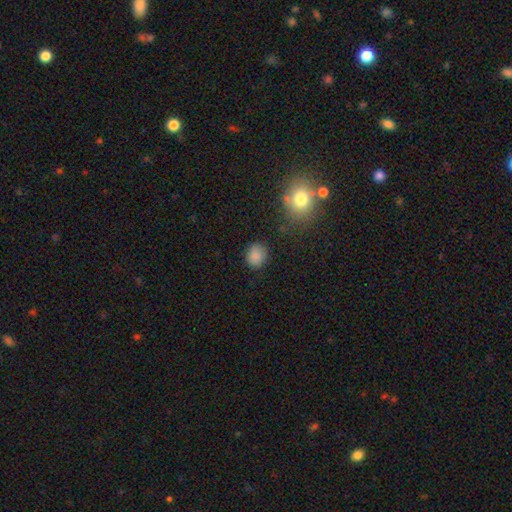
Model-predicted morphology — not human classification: smooth 84%, star or artifact 12%, featured or disk 5%. Down the decision tree: how rounded — round (74%); merging — none (81%).